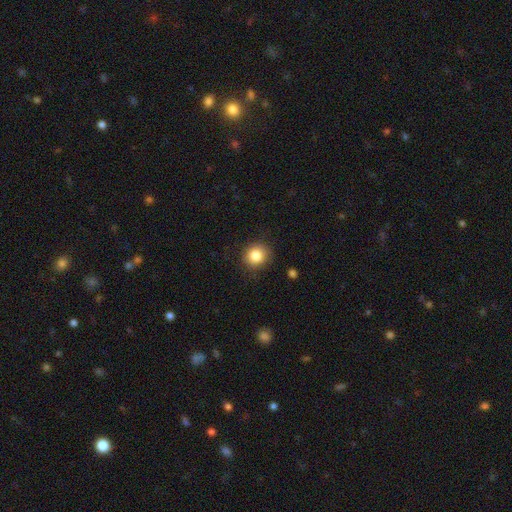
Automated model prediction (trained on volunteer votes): Smooth or featured: smooth — 84% (star or artifact — 10%)
How rounded: round — 86% (in between — 13%)
Merging: none — 86% (minor disturbance — 10%)